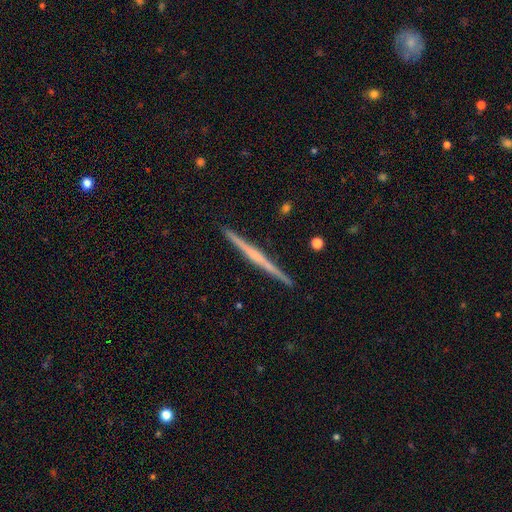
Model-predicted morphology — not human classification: Overall: featured or disk (70%). Edge-on disk: yes (99%). Edge-on bulge: none (58%; rounded 32%). Merging: none (92%).